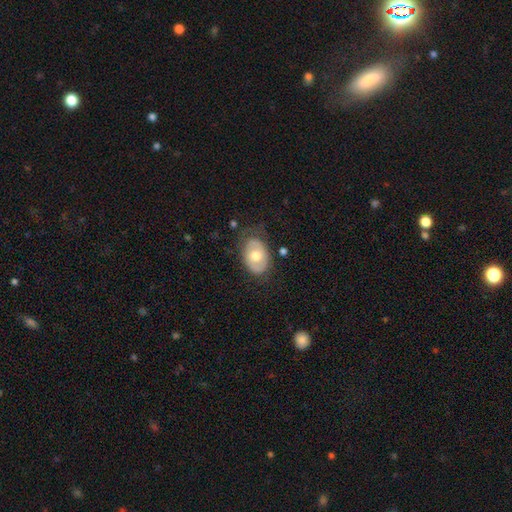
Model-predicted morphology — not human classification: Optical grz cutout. It shows a smooth galaxy with no disk features (57%) that is in between round and cigar-shaped (81%). Merging: none (64%).